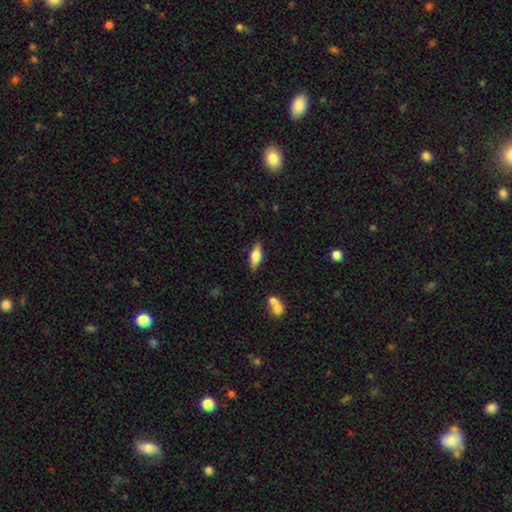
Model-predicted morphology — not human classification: smooth-or-featured: smooth: 54% | featured or disk: 39% | star or artifact: 7%
  how-rounded: in between: 66% | cigar-shaped: 31% | round: 3%
  merging: none: 83% | minor disturbance: 11% | merger: 3% | major disturbance: 3%